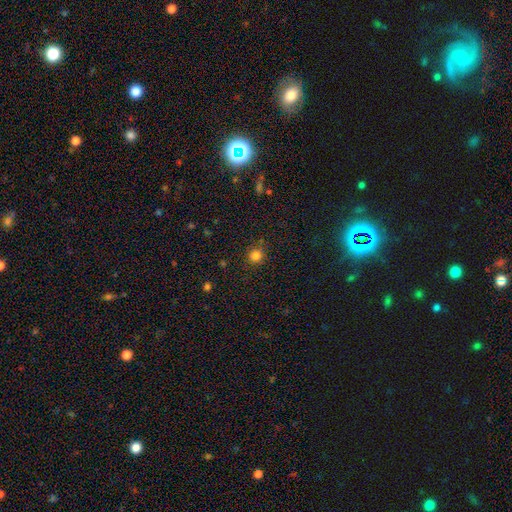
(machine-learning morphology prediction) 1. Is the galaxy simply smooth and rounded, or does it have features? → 82% smooth, 14% star or artifact, 4% featured or disk.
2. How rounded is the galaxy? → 93% round, 6% in between, 1% cigar-shaped.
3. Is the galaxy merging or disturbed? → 87% none, 8% minor disturbance, 3% major disturbance, 2% merger.